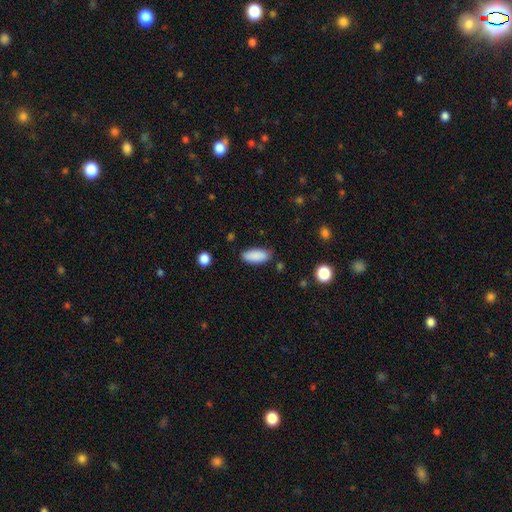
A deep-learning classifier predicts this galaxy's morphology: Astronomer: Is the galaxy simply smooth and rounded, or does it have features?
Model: smooth — 89%.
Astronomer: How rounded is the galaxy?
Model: in between — 81%.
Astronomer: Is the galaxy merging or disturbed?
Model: none — 84%.